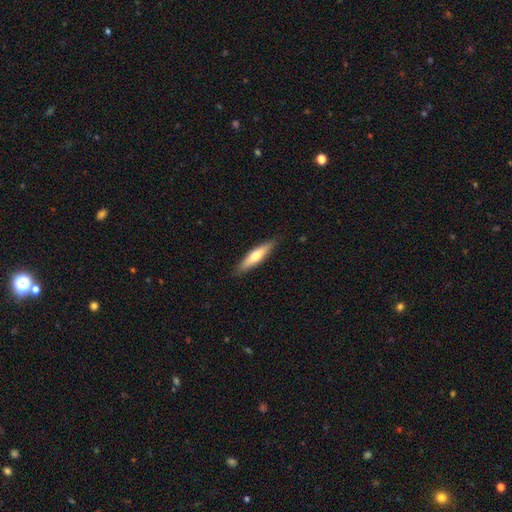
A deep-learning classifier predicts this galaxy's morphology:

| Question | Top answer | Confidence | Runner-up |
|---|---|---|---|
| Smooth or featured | smooth | 58% | featured or disk (36%) |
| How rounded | cigar-shaped | 80% | in between (18%) |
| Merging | none | 88% | minor disturbance (9%) |